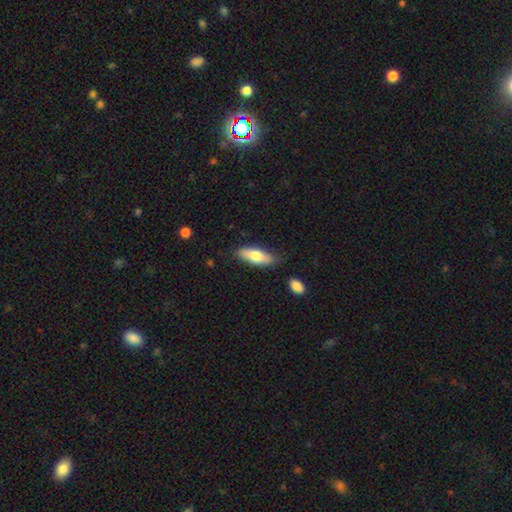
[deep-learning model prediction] This is likely a smooth galaxy (74%). How rounded: likely in between (62%). Merging: likely none (79%).